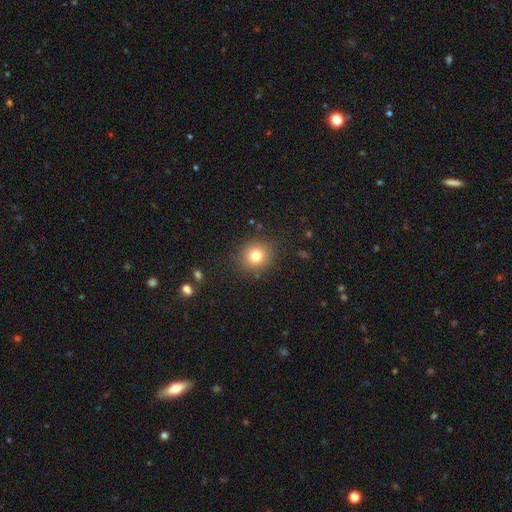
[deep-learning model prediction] Smooth or featured: smooth — 78% (star or artifact — 13%)
How rounded: round — 86% (in between — 13%)
Merging: none — 87% (minor disturbance — 8%)